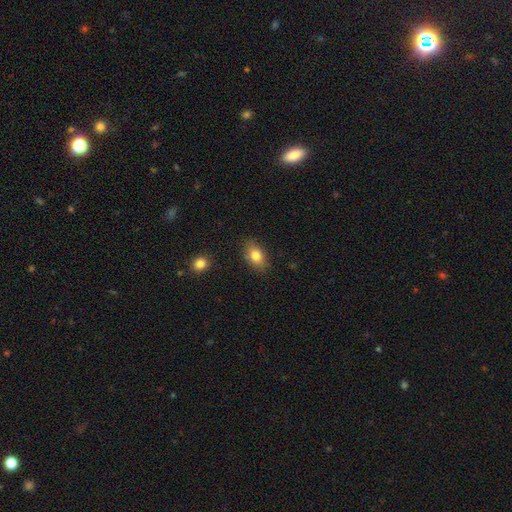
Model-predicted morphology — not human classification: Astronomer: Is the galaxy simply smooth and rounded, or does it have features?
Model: smooth — 81%.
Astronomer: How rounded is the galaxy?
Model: in between — 86%.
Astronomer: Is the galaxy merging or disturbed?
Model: none — 85%.